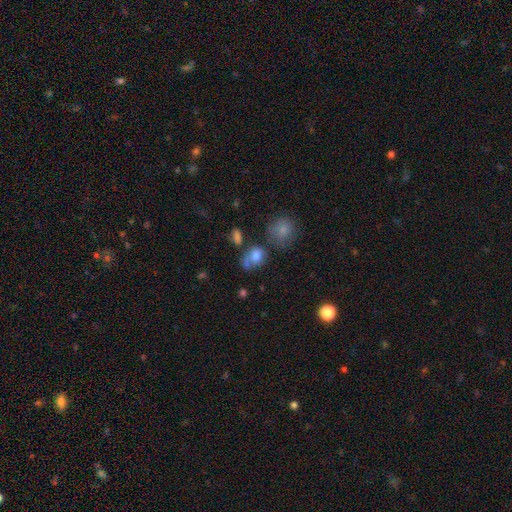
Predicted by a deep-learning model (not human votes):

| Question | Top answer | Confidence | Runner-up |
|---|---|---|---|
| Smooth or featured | smooth | 73% | featured or disk (15%) |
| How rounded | round | 50% | in between (49%) |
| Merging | none | 42% | minor disturbance (22%) |